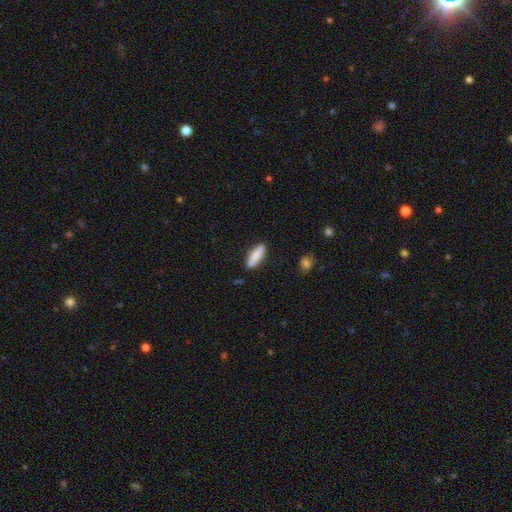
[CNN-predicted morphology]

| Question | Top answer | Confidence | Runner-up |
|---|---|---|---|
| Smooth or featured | smooth | 80% | featured or disk (14%) |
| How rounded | cigar-shaped | 64% | in between (34%) |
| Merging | none | 86% | minor disturbance (10%) |